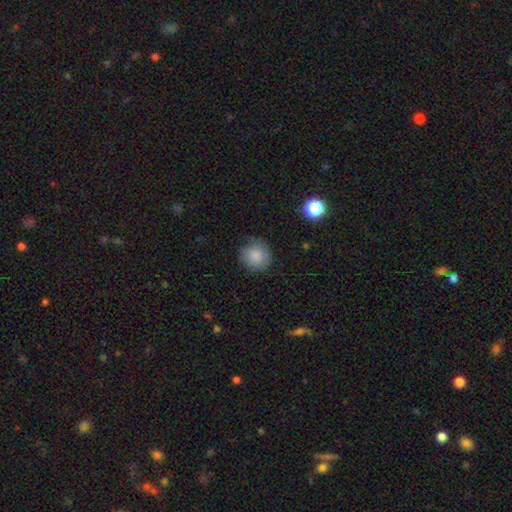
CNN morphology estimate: smooth 82%, featured or disk 10%, star or artifact 8%. Down the decision tree: how rounded — round (92%); merging — none (74%).